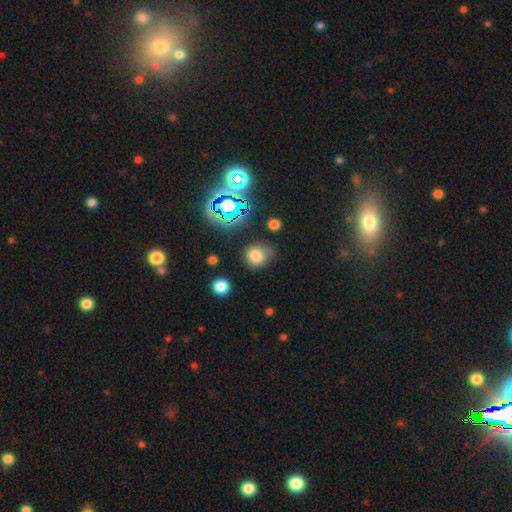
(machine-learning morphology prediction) The model was most divided on "how rounded": round: 74%, in between: 25%, cigar-shaped: 1%. More confident: smooth or featured — smooth (73%); merging — none (71%).